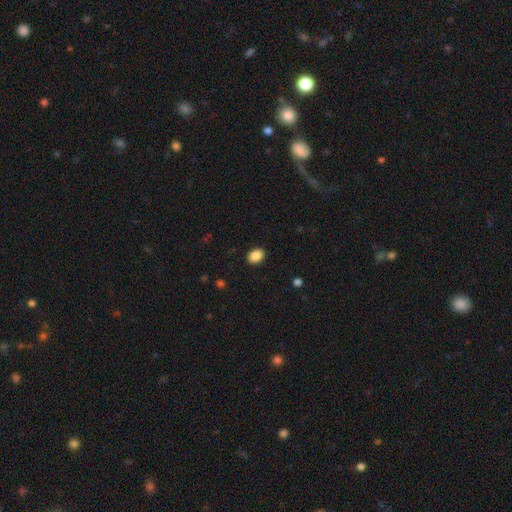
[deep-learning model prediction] This appears to be a smooth galaxy with no disk features (89%) that is in between round and cigar-shaped (64%). Merging: none (90%).